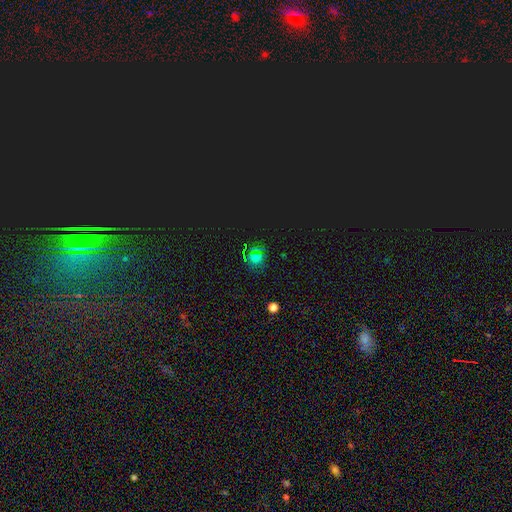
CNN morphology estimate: Q: Smooth or featured?
A: star or artifact (54%); runner-up: smooth (37%)